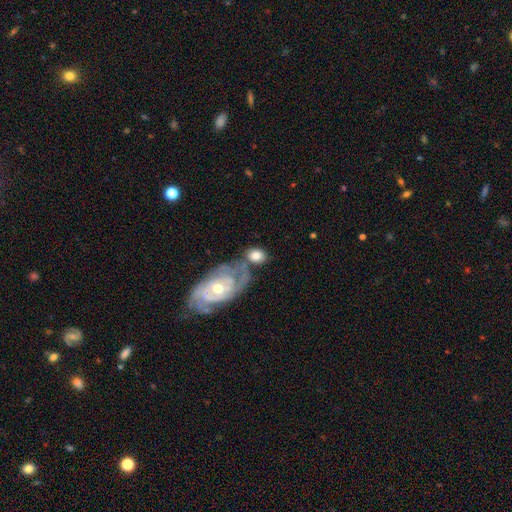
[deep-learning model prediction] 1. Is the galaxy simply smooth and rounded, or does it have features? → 61% smooth, 33% featured or disk, 7% star or artifact.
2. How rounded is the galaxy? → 68% in between, 30% round, 2% cigar-shaped.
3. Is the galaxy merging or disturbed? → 42% none, 29% merger, 18% minor disturbance, 10% major disturbance.